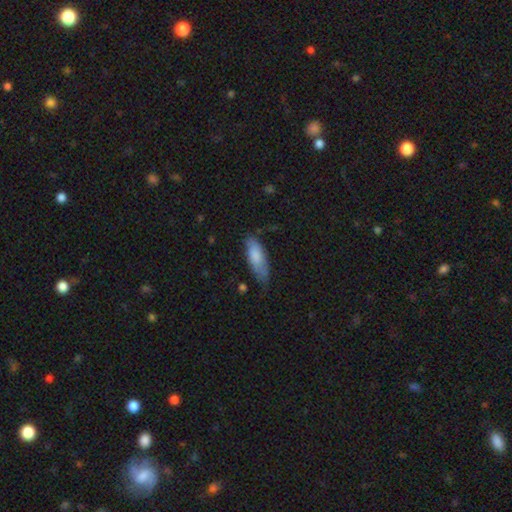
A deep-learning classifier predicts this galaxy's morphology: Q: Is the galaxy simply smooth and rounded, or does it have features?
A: smooth — 79%.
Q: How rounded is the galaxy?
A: in between — 66%.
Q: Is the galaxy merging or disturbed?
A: none — 59%.